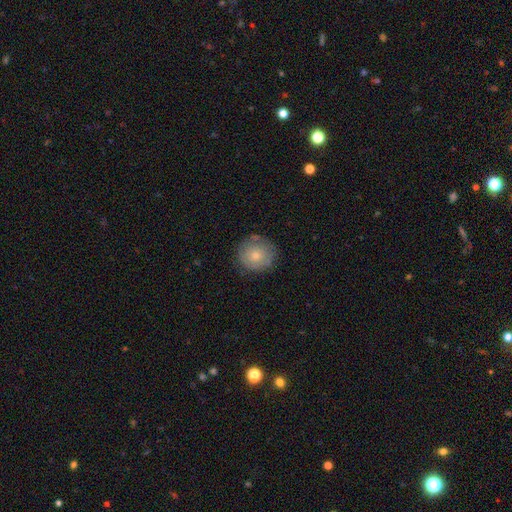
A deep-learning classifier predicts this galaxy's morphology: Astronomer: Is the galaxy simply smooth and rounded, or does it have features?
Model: smooth — 69%.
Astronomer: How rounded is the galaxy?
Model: round — 88%.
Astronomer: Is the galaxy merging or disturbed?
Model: none — 77%.